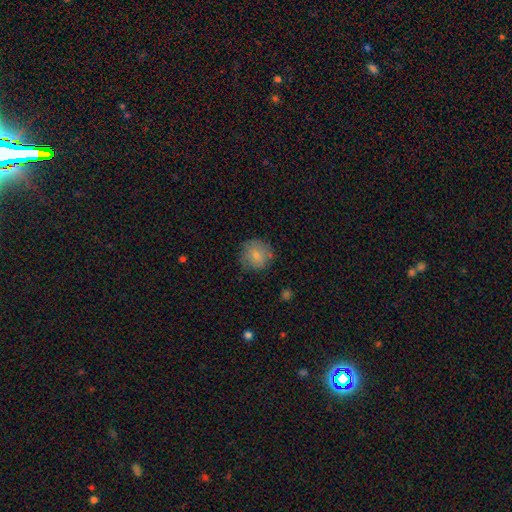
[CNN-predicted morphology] type=smooth (76%); roundness=round (91%); merging=none (80%).